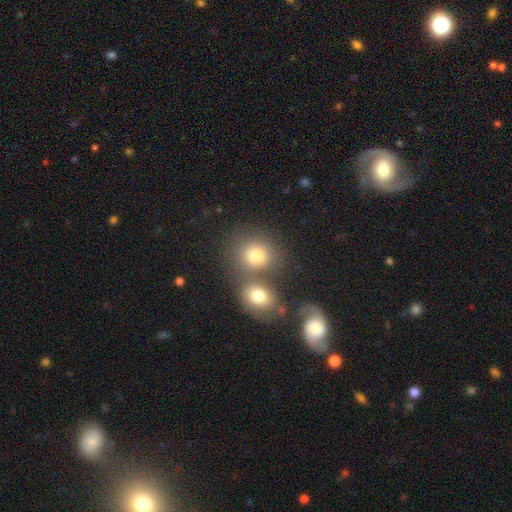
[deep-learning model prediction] Smooth or featured? Predicted: smooth (p=0.76). How rounded? Predicted: round (p=0.74). Merging? Predicted: none (p=0.49).